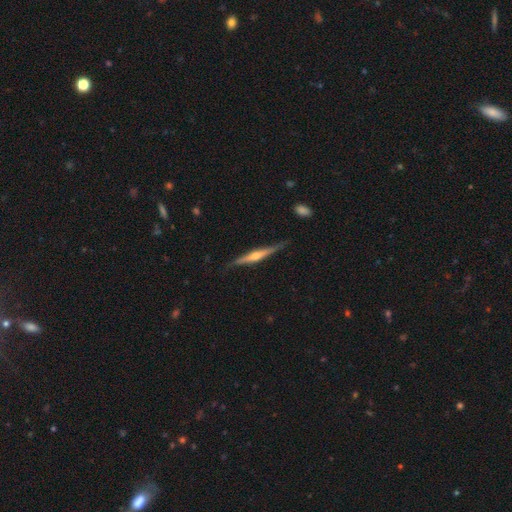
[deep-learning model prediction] Overall: featured or disk (74%). Edge-on disk: yes (97%). Edge-on bulge: rounded (81%). Merging: none (82%).